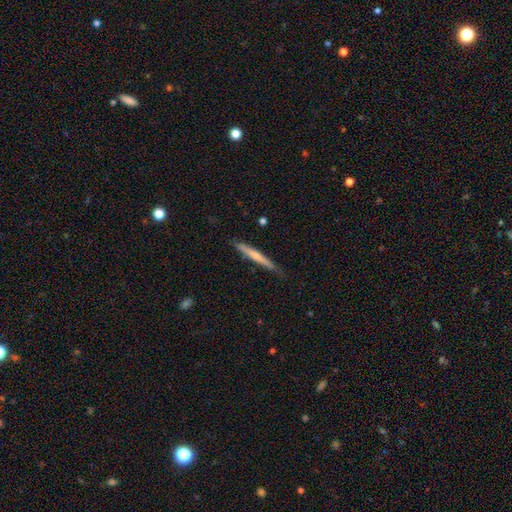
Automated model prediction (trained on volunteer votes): Smooth or featured?
  - smooth: 53% *
  - featured or disk: 42%
  - star or artifact: 5%
How rounded?
  - cigar-shaped: 96% *
  - in between: 3%
  - round: 1%
Merging?
  - none: 80% *
  - minor disturbance: 17%
  - major disturbance: 2%
  - merger: 1%